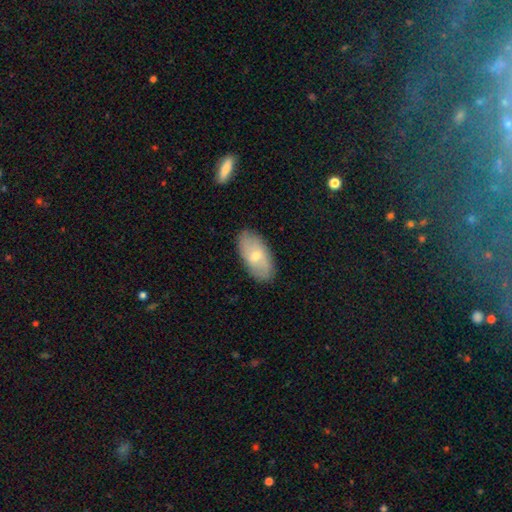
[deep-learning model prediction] smooth_or_featured: smooth (p=0.53) [alt: featured or disk p=0.40]
how_rounded: in between (p=0.92) [alt: cigar-shaped p=0.04]
merging: none (p=0.85) [alt: minor disturbance p=0.11]